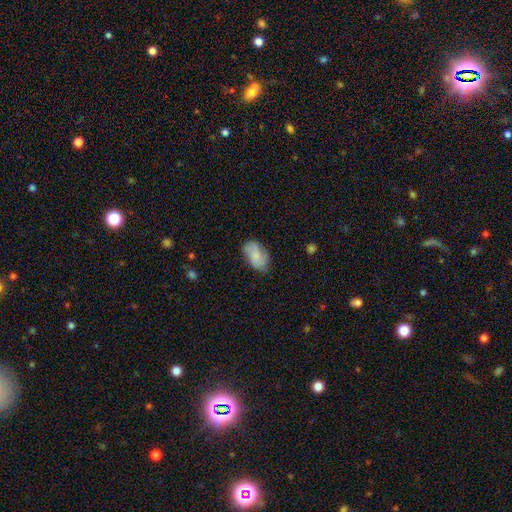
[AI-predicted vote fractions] This appears to be a smooth galaxy with no disk features (75%) that is in between round and cigar-shaped (92%). Merging: none (66%).